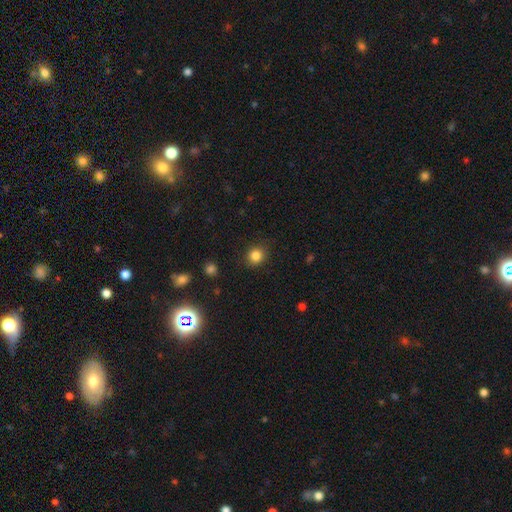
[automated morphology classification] A smooth galaxy with no disk features (83%) that is round (86%).

Vote fractions:
- Smooth or featured? smooth: 83% / star or artifact: 12% / featured or disk: 5%
- How rounded? round: 86% / in between: 13% / cigar-shaped: 1%
- Merging? none: 87% / minor disturbance: 9% / major disturbance: 3% / merger: 1%